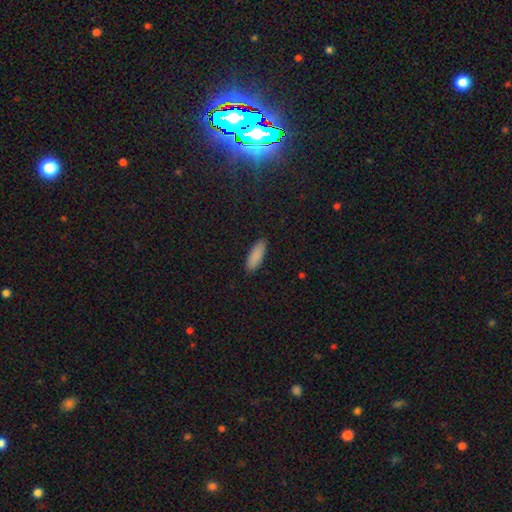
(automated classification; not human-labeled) Overall: smooth (89%). How rounded: in between (58%; cigar-shaped 40%). Merging: none (88%).